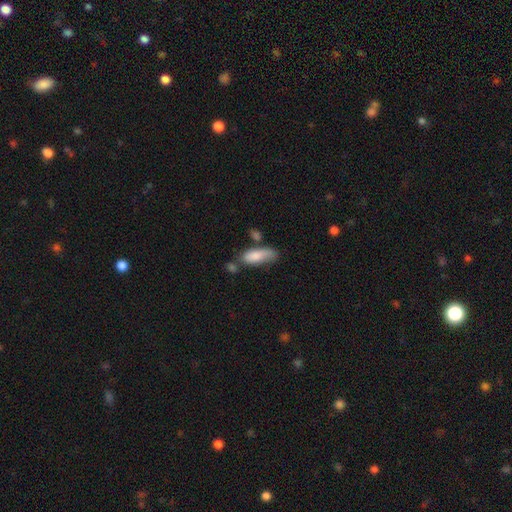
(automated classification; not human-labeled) Morphology: type=smooth (80%); roundness=in between (68%); merging=none (43%).